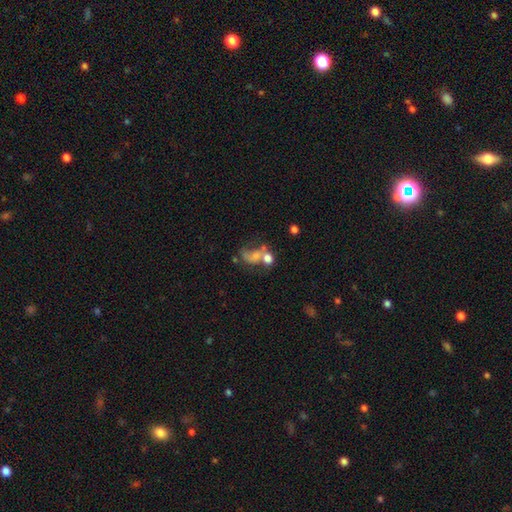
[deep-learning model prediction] This is marginally a smooth galaxy (44%). Merging: marginally merger (41%).